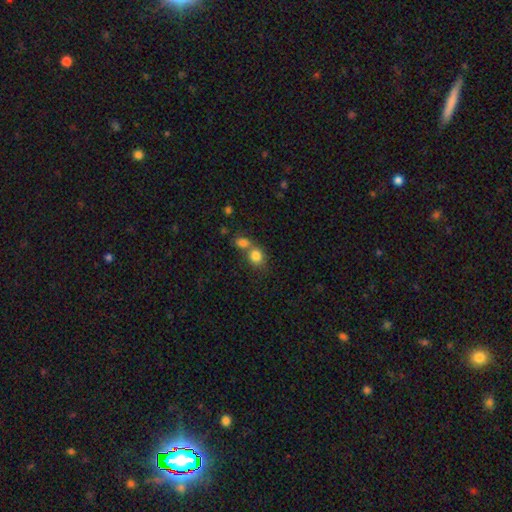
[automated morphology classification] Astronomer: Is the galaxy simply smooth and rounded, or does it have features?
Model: smooth — 82%.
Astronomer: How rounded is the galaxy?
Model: round — 67%.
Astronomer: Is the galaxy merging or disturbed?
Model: merger — 50% (runner-up: none, 39%).